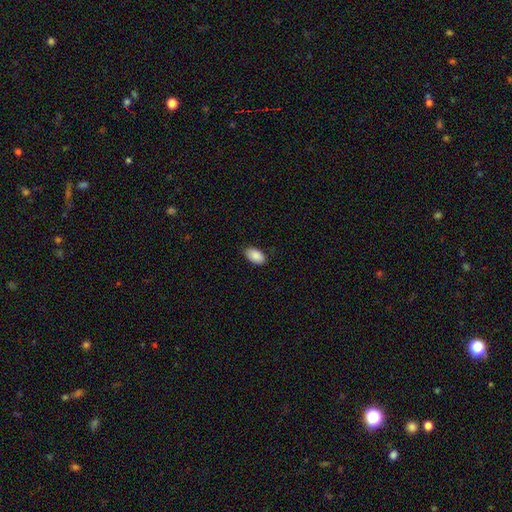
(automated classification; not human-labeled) smooth-or-featured: smooth: 90% | star or artifact: 7% | featured or disk: 4%
  how-rounded: in between: 95% | round: 4% | cigar-shaped: 2%
  merging: none: 85% | minor disturbance: 12% | major disturbance: 2% | merger: 1%